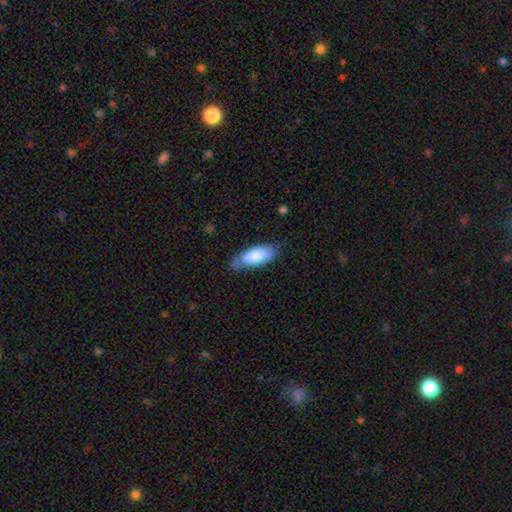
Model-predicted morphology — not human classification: This is likely a smooth galaxy (79%). How rounded: clearly in between (82%). Merging: likely none (63%).